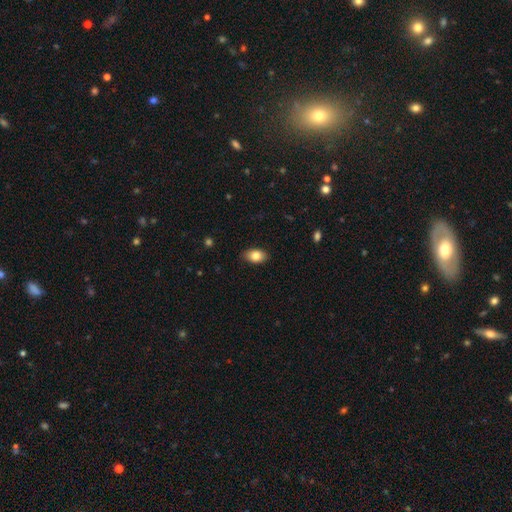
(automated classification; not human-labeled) smooth_or_featured: smooth (p=0.83) [alt: featured or disk p=0.09]
how_rounded: in between (p=0.88) [alt: round p=0.10]
merging: none (p=0.86) [alt: minor disturbance p=0.11]